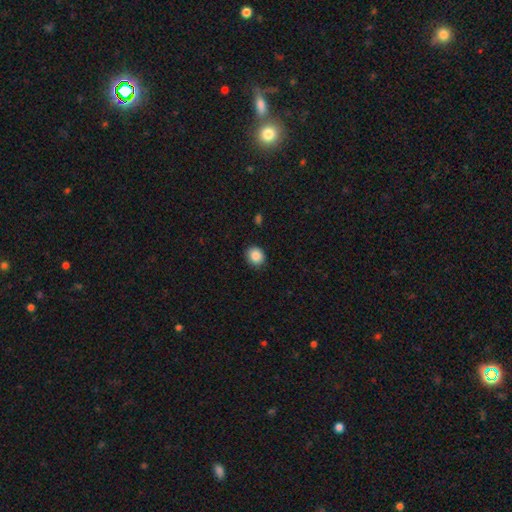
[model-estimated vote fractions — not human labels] This appears to be a smooth galaxy with no disk features (88%) that is round (77%). Merging: none (89%).